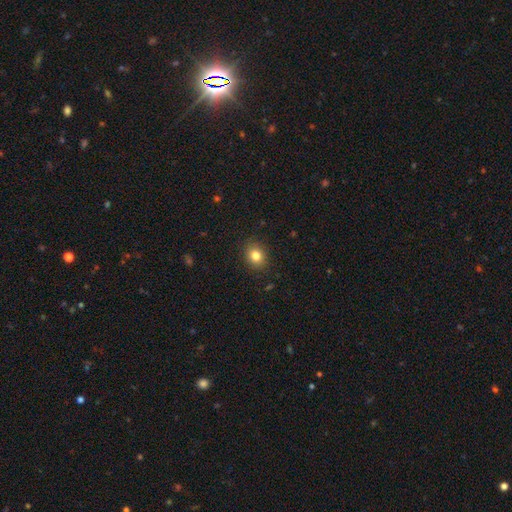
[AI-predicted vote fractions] Q: Smooth or featured?
A: smooth (82%); runner-up: star or artifact (11%)
Q: How rounded?
A: round (63%); runner-up: in between (36%)
Q: Merging?
A: none (88%); runner-up: minor disturbance (8%)